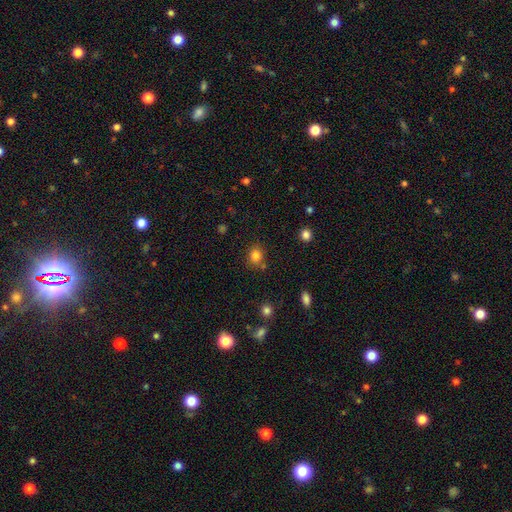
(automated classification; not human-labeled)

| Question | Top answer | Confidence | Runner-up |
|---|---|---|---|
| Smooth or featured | smooth | 82% | star or artifact (12%) |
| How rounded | round | 75% | in between (24%) |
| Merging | none | 76% | minor disturbance (12%) |